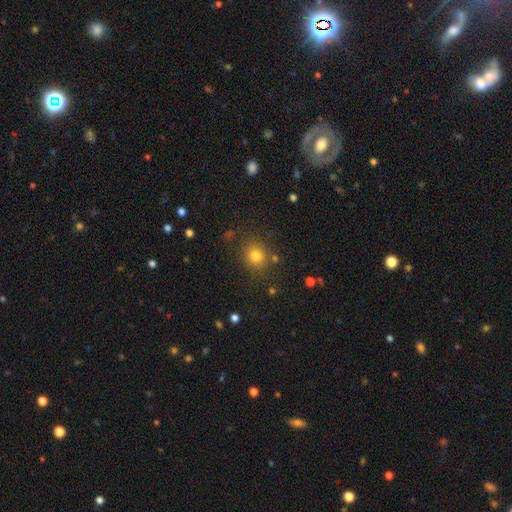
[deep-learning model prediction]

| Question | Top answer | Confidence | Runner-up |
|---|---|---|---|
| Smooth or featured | smooth | 78% | star or artifact (15%) |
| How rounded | round | 82% | in between (17%) |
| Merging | none | 83% | minor disturbance (10%) |